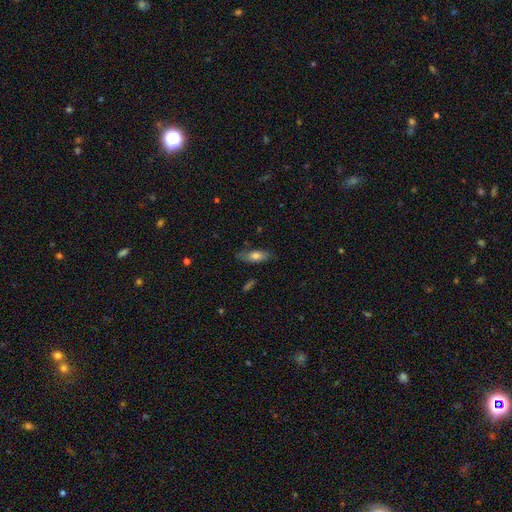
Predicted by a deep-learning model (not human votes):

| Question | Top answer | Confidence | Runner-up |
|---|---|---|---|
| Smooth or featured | smooth | 69% | featured or disk (23%) |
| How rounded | in between | 73% | cigar-shaped (24%) |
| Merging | none | 73% | minor disturbance (20%) |